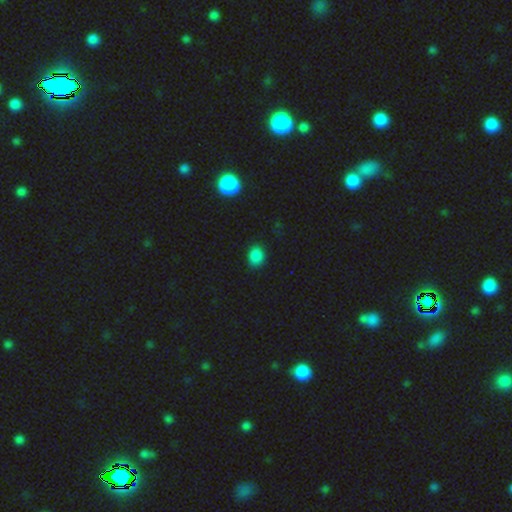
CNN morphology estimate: smooth-or-featured: smooth: 85% | star or artifact: 12% | featured or disk: 3%
  how-rounded: round: 52% | in between: 47% | cigar-shaped: 1%
  merging: none: 86% | minor disturbance: 10% | major disturbance: 2% | merger: 1%